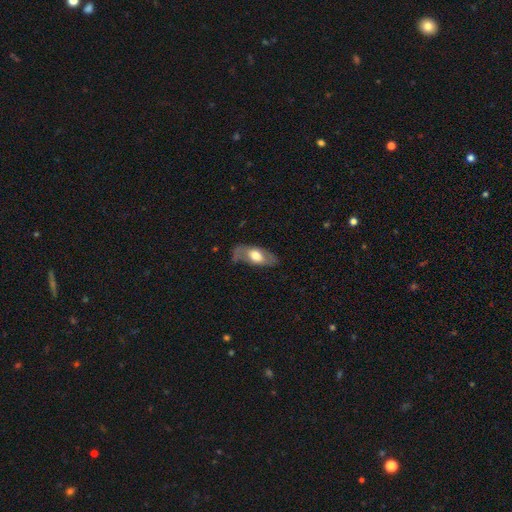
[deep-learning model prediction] This appears to be a smooth galaxy with no disk features (54%) that is in between round and cigar-shaped (83%). Merging: none (59%).